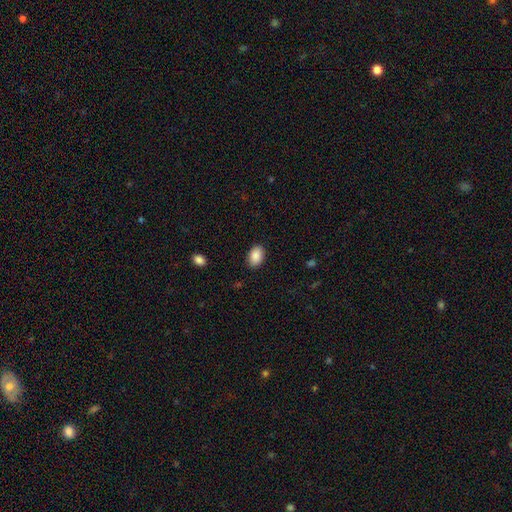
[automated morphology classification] Smooth or featured? Predicted: smooth (p=0.89). How rounded? Predicted: in between (p=0.87). Merging? Predicted: none (p=0.88).